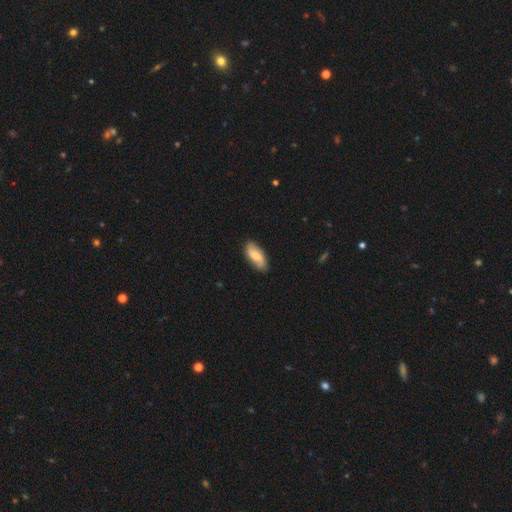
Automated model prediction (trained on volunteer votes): This appears to be a smooth galaxy with no disk features (49%). Merging: none (83%).